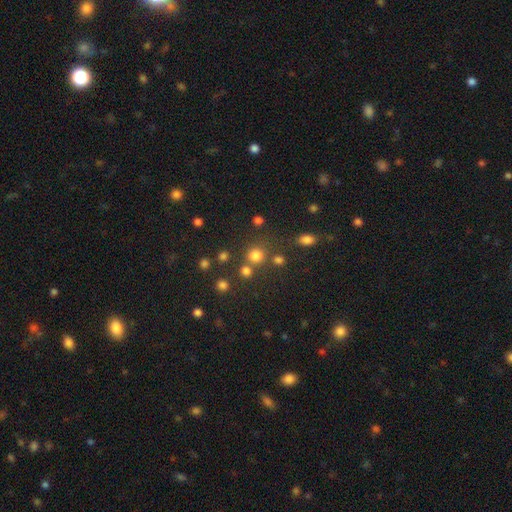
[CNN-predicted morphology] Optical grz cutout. It shows a smooth galaxy with no disk features (76%) that is round (87%). Merging: none (68%).